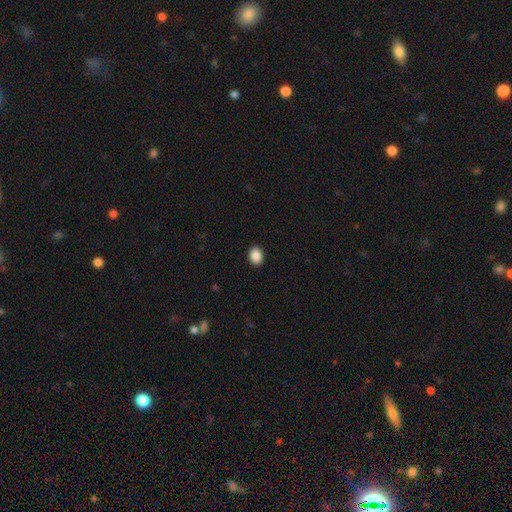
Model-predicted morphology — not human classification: Q: Smooth or featured?
A: smooth (90%); runner-up: star or artifact (8%)
Q: How rounded?
A: in between (63%); runner-up: round (36%)
Q: Merging?
A: none (91%); runner-up: minor disturbance (6%)